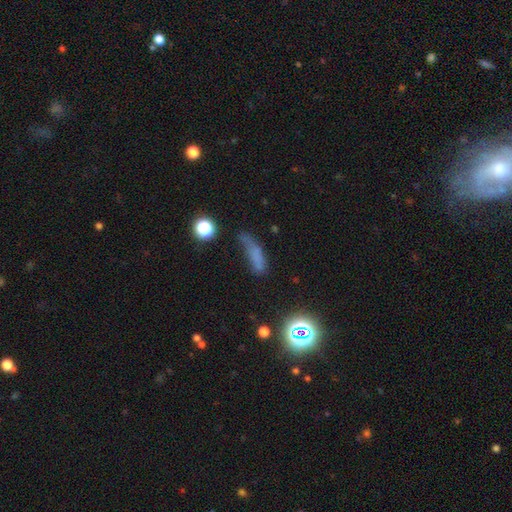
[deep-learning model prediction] Smooth or featured? smooth (58%)
How rounded? cigar-shaped (55%)
Merging? none (36%)